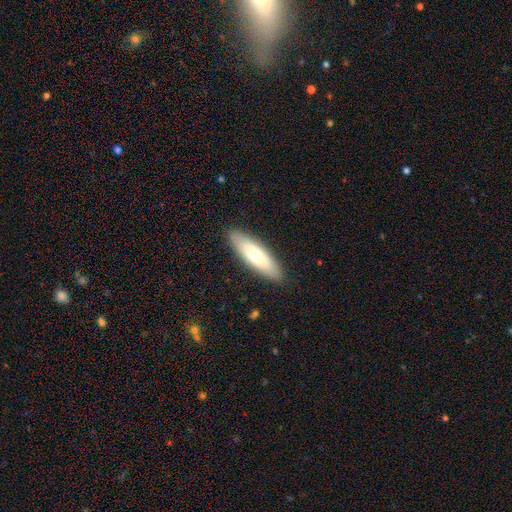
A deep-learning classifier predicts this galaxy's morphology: The model was most divided on "how rounded": cigar-shaped: 54%, in between: 44%, round: 2%. More confident: merging — none (89%); smooth or featured — smooth (68%).